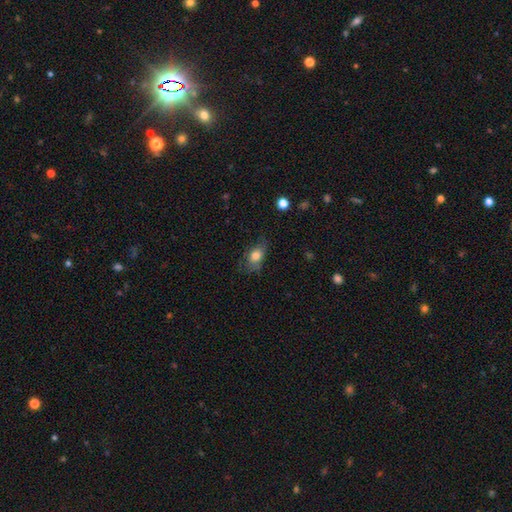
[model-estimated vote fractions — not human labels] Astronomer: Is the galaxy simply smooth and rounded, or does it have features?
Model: smooth — 75%.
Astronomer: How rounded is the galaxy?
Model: in between — 81%.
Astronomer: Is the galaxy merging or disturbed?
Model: none — 59%.